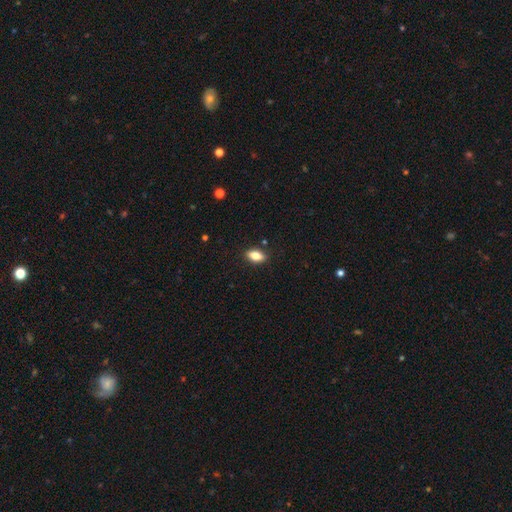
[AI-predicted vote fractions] smooth 80%, featured or disk 12%, star or artifact 8%. Down the decision tree: how rounded — in between (87%); merging — none (87%).